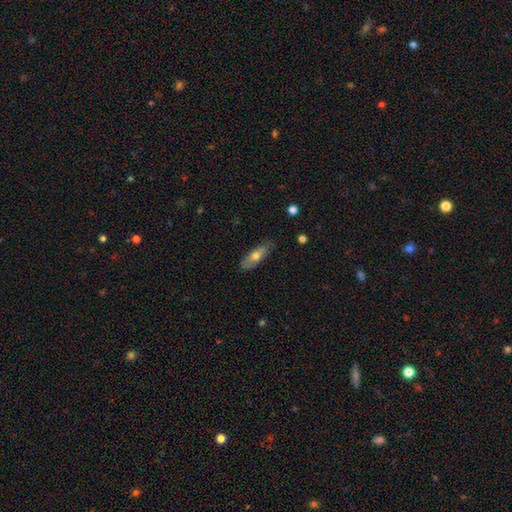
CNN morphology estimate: A smooth galaxy with no disk features (65%) that is in between round and cigar-shaped (60%). Merging: none (77%).